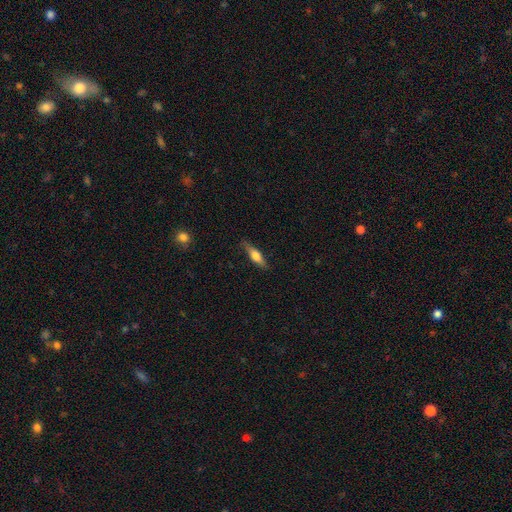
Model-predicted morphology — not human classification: smooth-or-featured: smooth: 59% | featured or disk: 35% | star or artifact: 6%
  how-rounded: cigar-shaped: 61% | in between: 36% | round: 2%
  merging: none: 80% | minor disturbance: 15% | major disturbance: 3% | merger: 1%